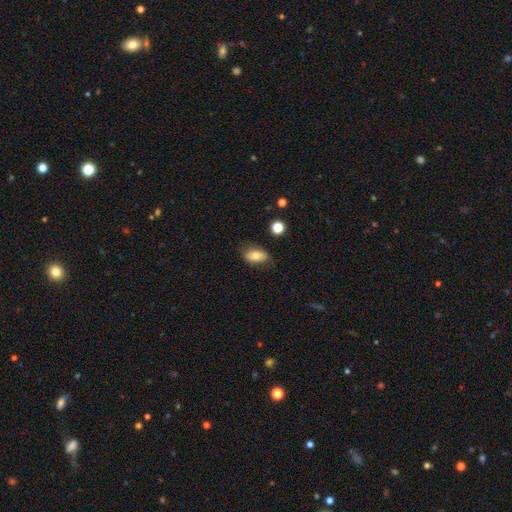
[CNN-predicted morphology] Smooth or featured: smooth — 68% (featured or disk — 24%)
How rounded: in between — 87% (round — 8%)
Merging: none — 74% (minor disturbance — 19%)